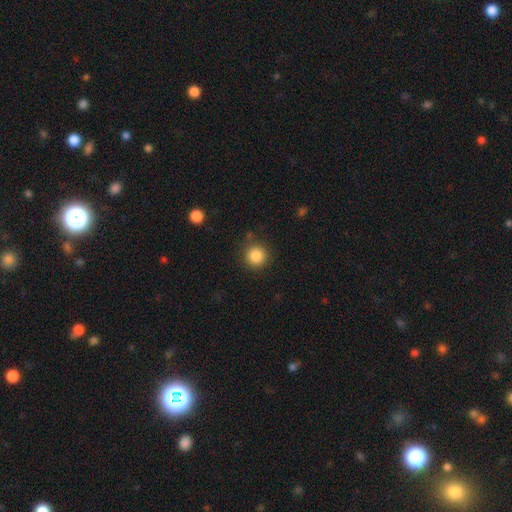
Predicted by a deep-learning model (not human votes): Smooth or featured?
  - smooth: 86% *
  - star or artifact: 10%
  - featured or disk: 4%
How rounded?
  - round: 94% *
  - in between: 5%
  - cigar-shaped: 1%
Merging?
  - none: 85% *
  - minor disturbance: 9%
  - major disturbance: 3%
  - merger: 2%